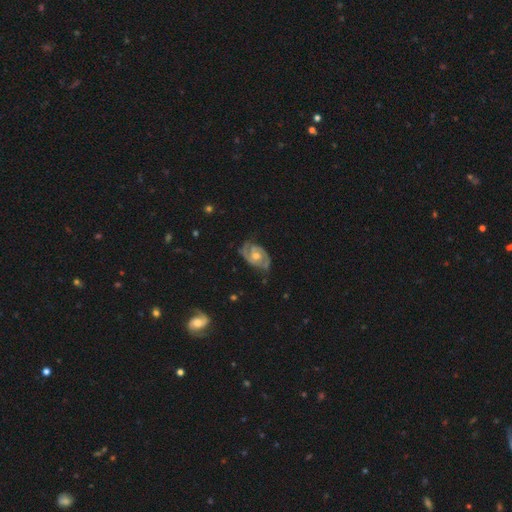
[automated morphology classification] type=featured or disk (88%); edge-on=no (97%); bar=no (63%); spiral arms=yes (96%); winding=tight (47%); arm count=2 (85%); bulge=moderate (69%); merging=none (73%).